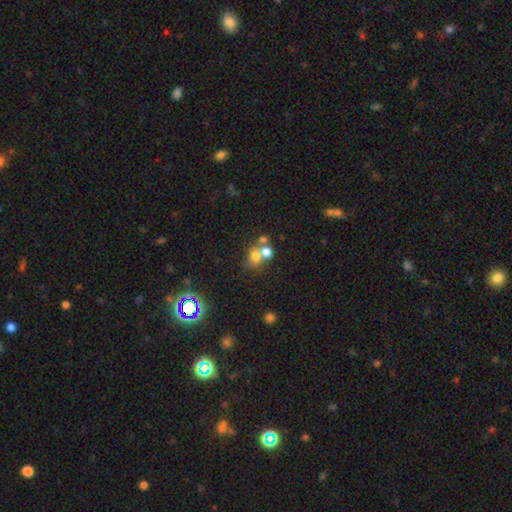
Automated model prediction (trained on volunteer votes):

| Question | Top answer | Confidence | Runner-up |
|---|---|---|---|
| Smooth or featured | smooth | 68% | star or artifact (18%) |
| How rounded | round | 71% | in between (28%) |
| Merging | merger | 48% | none (39%) |